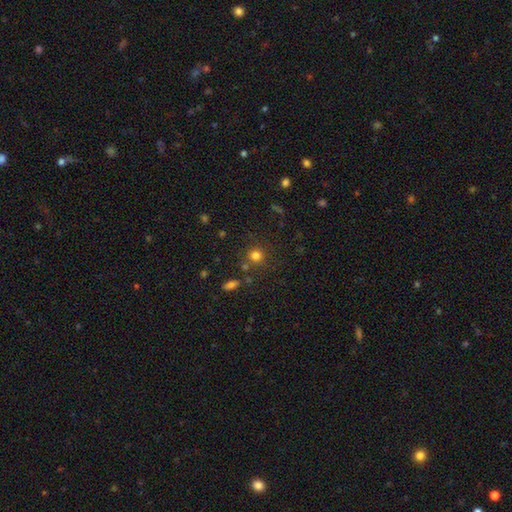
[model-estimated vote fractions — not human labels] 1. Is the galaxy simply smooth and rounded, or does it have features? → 78% smooth, 16% star or artifact, 7% featured or disk.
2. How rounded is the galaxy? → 90% round, 9% in between, 1% cigar-shaped.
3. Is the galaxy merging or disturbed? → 78% none, 10% minor disturbance, 9% merger, 4% major disturbance.